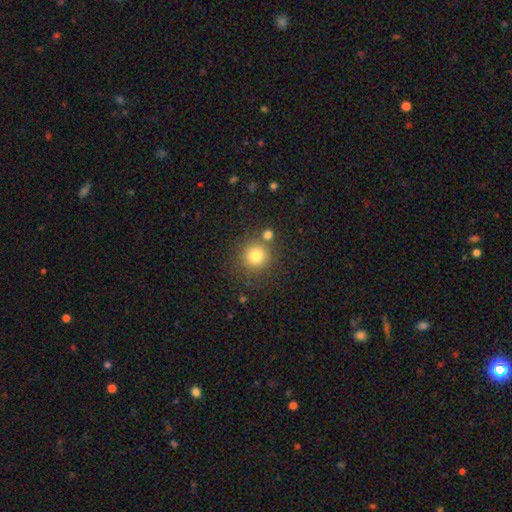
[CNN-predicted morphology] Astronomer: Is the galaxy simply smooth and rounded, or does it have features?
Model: smooth — 79%.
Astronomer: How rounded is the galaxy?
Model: round — 94%.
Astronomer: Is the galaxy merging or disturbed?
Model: none — 78%.